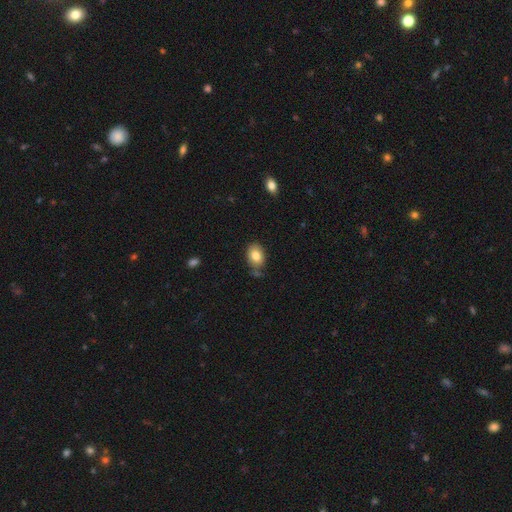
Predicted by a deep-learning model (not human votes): The model was most divided on "merging": none: 71%, minor disturbance: 18%, merger: 6%, major disturbance: 4%. More confident: smooth or featured — smooth (82%); how rounded — in between (76%).